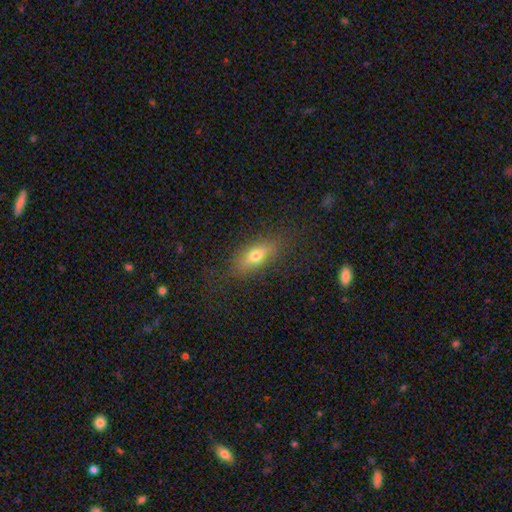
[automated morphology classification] This is likely a smooth galaxy (67%). How rounded: likely in between (71%). Merging: likely none (80%).